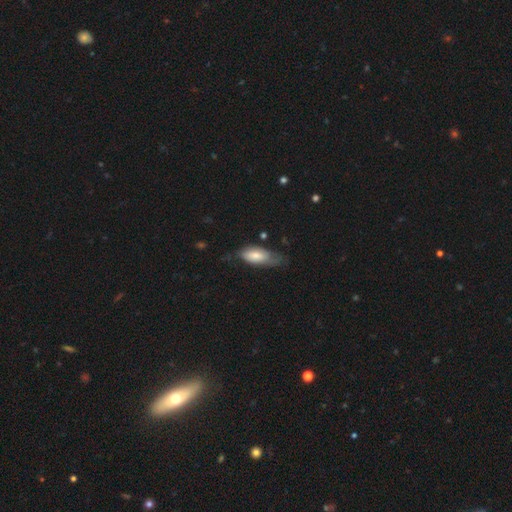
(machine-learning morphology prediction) smooth_or_featured: smooth (p=0.71) [alt: featured or disk p=0.23]
how_rounded: in between (p=0.82) [alt: cigar-shaped p=0.16]
merging: none (p=0.43) [alt: minor disturbance p=0.37]